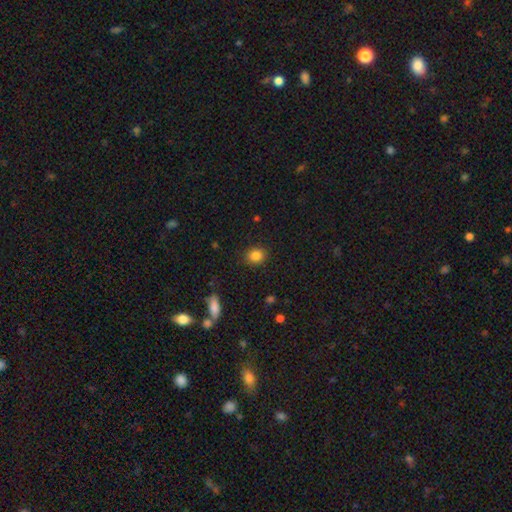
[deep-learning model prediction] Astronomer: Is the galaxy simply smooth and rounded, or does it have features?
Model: smooth — 85%.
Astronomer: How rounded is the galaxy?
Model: round — 72%.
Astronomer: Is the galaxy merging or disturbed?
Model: none — 89%.